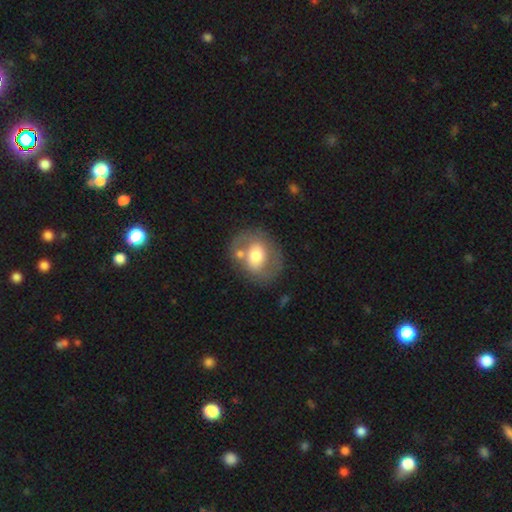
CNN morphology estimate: Smooth or featured? featured or disk (47%)
Merging? none (65%)